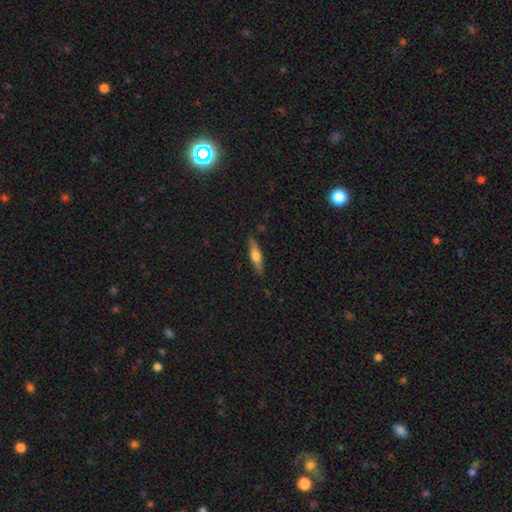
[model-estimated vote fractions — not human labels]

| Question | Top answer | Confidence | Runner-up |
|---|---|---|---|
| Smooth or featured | featured or disk | 62% | smooth (32%) |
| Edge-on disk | yes | 96% | no (4%) |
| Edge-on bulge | rounded | 92% | boxy (5%) |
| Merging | none | 88% | minor disturbance (9%) |